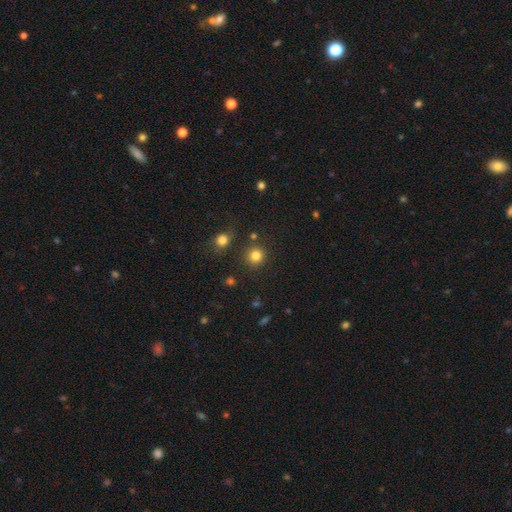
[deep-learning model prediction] smooth_or_featured: smooth (p=0.82) [alt: star or artifact p=0.13]
how_rounded: round (p=0.93) [alt: in between p=0.07]
merging: none (p=0.85) [alt: minor disturbance p=0.07]